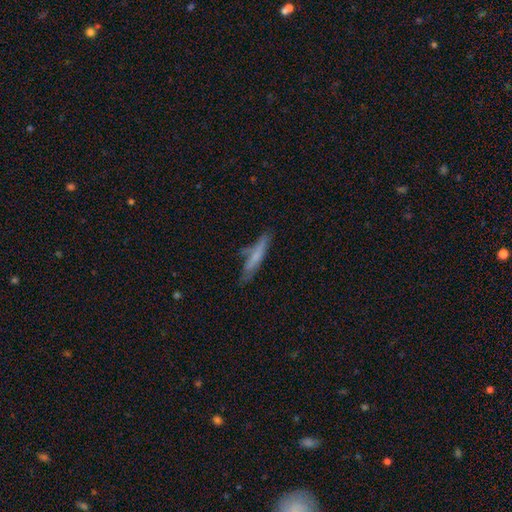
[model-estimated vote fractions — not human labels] smooth 60%, featured or disk 33%, star or artifact 7%. Down the decision tree: how rounded — cigar-shaped (89%); merging — none (63%).